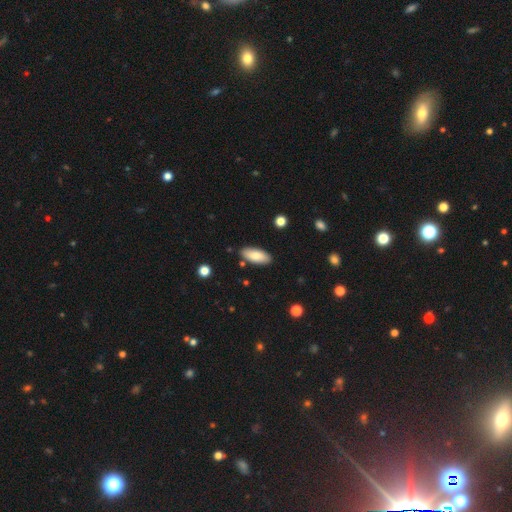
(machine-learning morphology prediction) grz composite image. It shows a smooth galaxy with no disk features (80%) that is in between round and cigar-shaped (83%). Merging: none (86%).